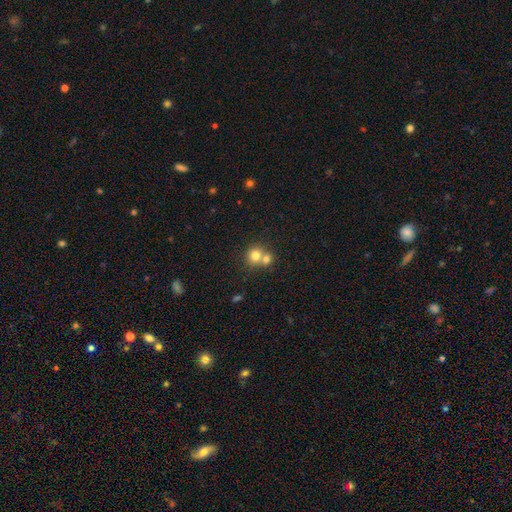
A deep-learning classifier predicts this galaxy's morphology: Q: Smooth or featured?
A: smooth (77%); runner-up: featured or disk (12%)
Q: How rounded?
A: round (85%); runner-up: in between (14%)
Q: Merging?
A: merger (53%); runner-up: none (39%)